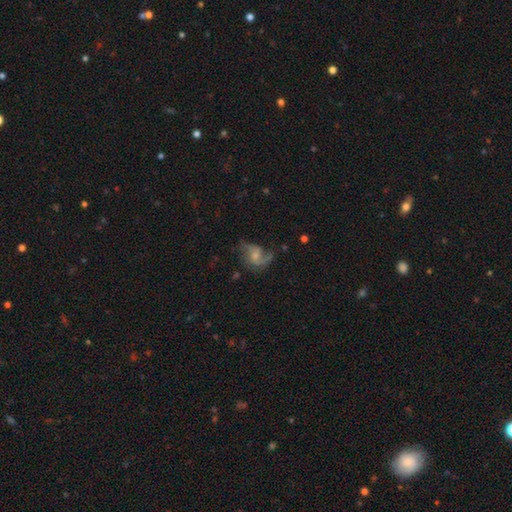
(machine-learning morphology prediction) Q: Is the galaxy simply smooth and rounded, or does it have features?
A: featured or disk — 71%.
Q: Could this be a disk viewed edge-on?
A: no — 98%.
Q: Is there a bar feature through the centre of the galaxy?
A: no — 68%.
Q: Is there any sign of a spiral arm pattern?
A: yes — 90%.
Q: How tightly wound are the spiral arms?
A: loose — 50%.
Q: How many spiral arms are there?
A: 2 — 66%.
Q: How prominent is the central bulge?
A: small — 52%.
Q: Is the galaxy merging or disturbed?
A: none — 47%.